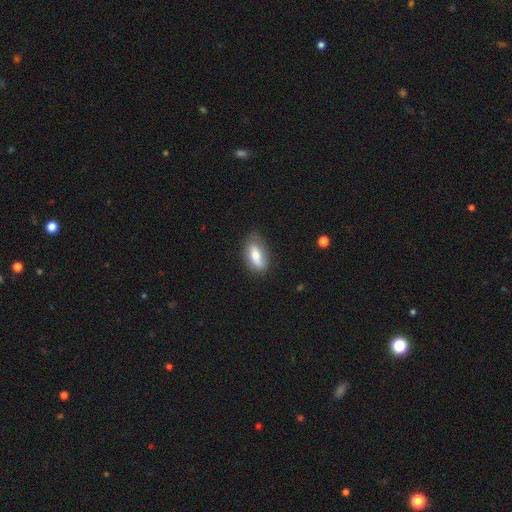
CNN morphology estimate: Overall: smooth (76%). How rounded: in between (84%). Merging: none (73%).